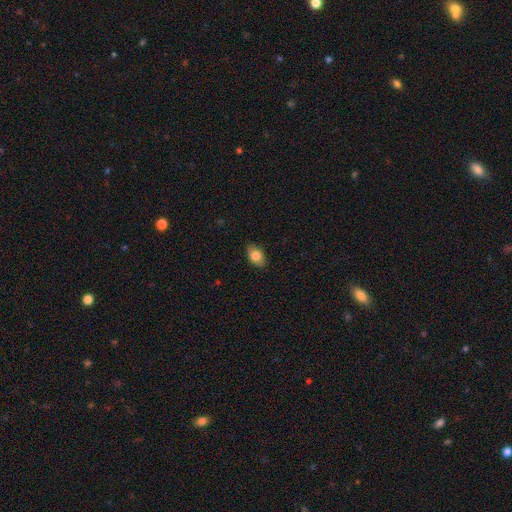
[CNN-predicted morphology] A smooth galaxy with no disk features (81%) that is in between round and cigar-shaped (87%). Merging: none (86%).